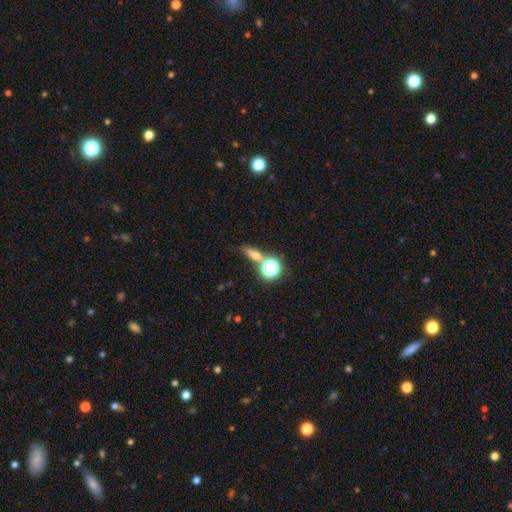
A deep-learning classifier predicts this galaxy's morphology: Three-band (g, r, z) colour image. It shows a smooth galaxy with no disk features (57%) that is in between round and cigar-shaped (46%). Merging: none (62%).